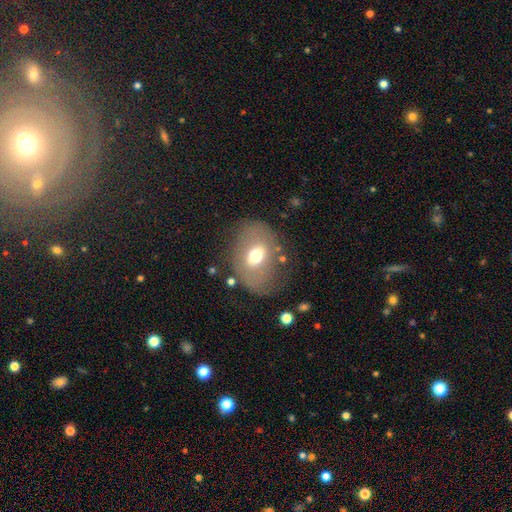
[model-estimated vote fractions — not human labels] Smooth or featured? smooth (52%)
How rounded? in between (69%)
Merging? none (64%)